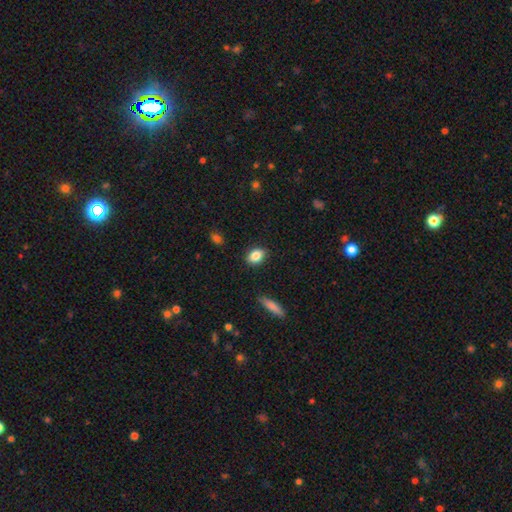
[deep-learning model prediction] Smooth or featured? smooth (85%)
How rounded? in between (72%)
Merging? none (87%)